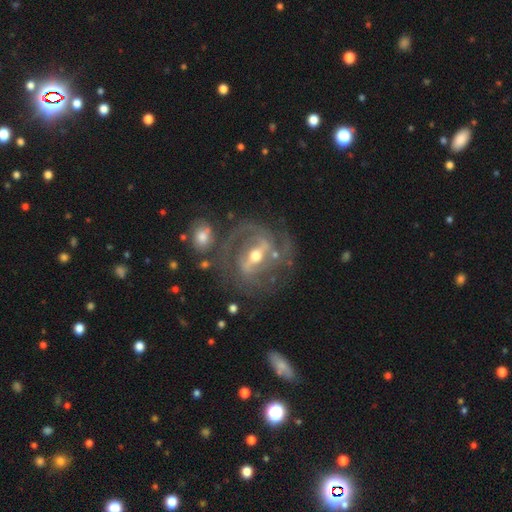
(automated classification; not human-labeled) The model was most divided on "spiral winding": medium: 47%, tight: 40%, loose: 13%. More confident: edge-on disk — no (95%); spiral arms — yes (95%); smooth or featured — featured or disk (90%); merging — none (67%); bulge size — moderate (66%); spiral arm count — 2 (65%); bar — strong (64%).